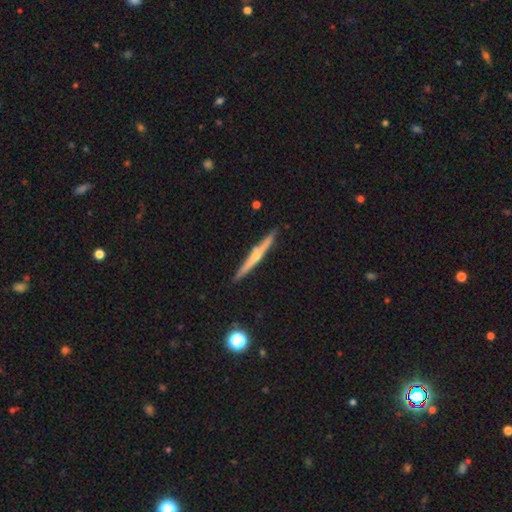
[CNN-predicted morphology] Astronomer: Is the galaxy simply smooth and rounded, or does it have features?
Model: featured or disk — 69%.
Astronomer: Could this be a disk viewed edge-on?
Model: yes — 98%.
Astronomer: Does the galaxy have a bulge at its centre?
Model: rounded — 74%.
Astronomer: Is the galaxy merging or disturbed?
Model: none — 90%.